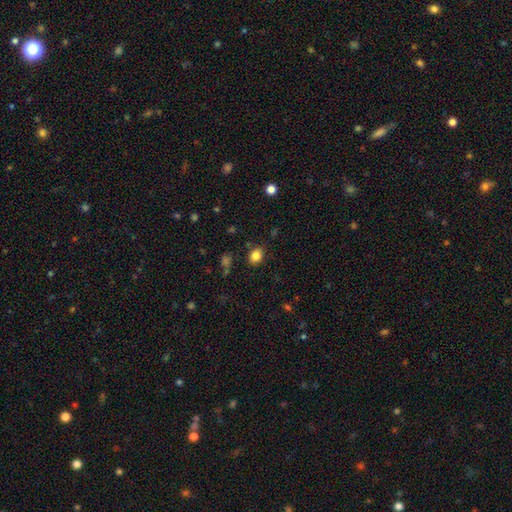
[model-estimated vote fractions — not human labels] This is clearly a smooth galaxy (84%). How rounded: possibly in between (54%). Merging: clearly none (83%).